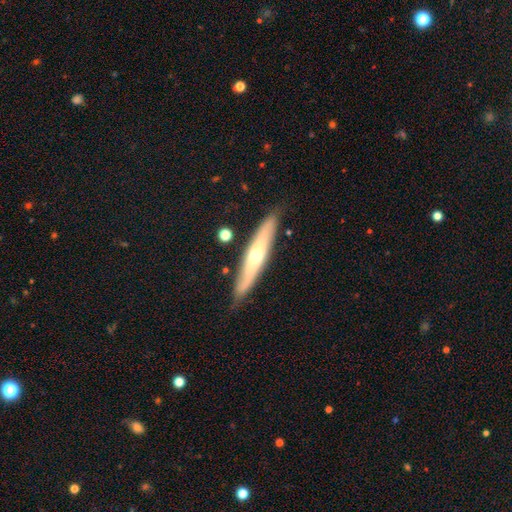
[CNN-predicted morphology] Overall: featured or disk (59%; smooth 34%). Edge-on disk: yes (80%). Merging: none (81%).